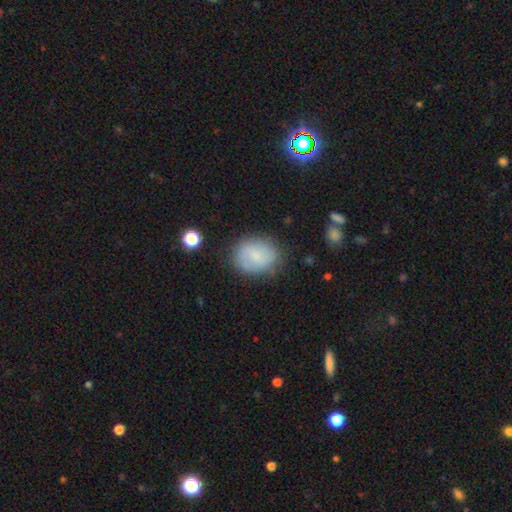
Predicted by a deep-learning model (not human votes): Smooth or featured?
  - smooth: 68% *
  - featured or disk: 24%
  - star or artifact: 8%
How rounded?
  - round: 52% *
  - in between: 46%
  - cigar-shaped: 1%
Merging?
  - none: 75% *
  - minor disturbance: 17%
  - major disturbance: 5%
  - merger: 2%